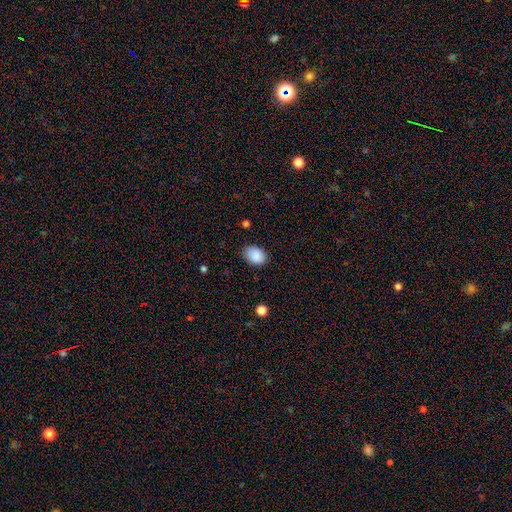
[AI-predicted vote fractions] smooth_or_featured: smooth (p=0.88) [alt: star or artifact p=0.07]
how_rounded: in between (p=0.81) [alt: round p=0.18]
merging: none (p=0.81) [alt: minor disturbance p=0.15]